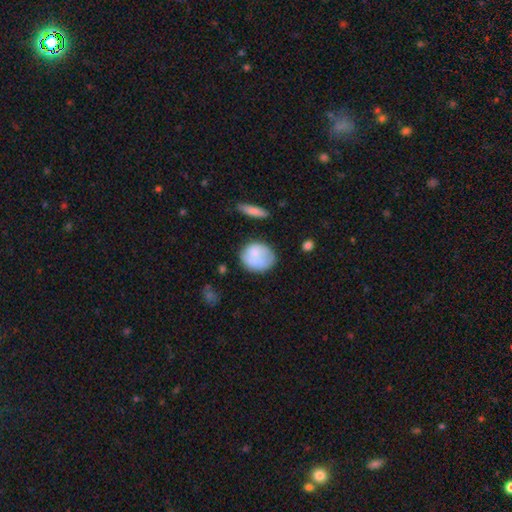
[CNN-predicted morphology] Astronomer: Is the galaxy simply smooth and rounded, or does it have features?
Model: smooth — 73%.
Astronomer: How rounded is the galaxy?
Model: round — 72%.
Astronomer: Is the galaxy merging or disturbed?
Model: none — 62%.